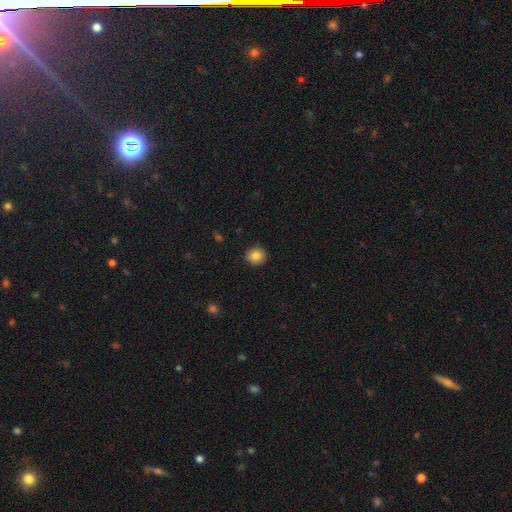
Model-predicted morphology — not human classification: Smooth or featured? Predicted: smooth (p=0.85). How rounded? Predicted: round (p=0.87). Merging? Predicted: none (p=0.91).